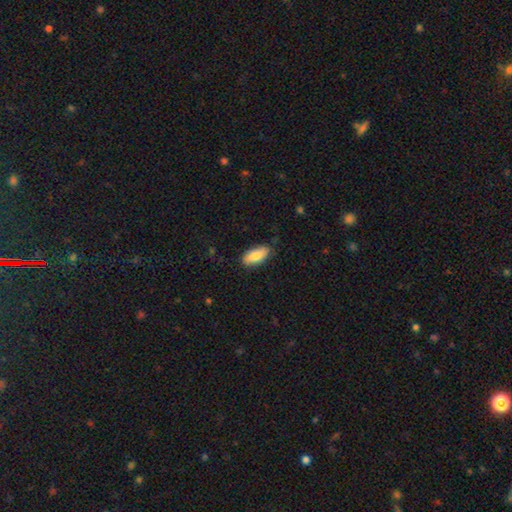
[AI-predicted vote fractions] Overall: smooth (85%). How rounded: in between (83%). Merging: none (82%).